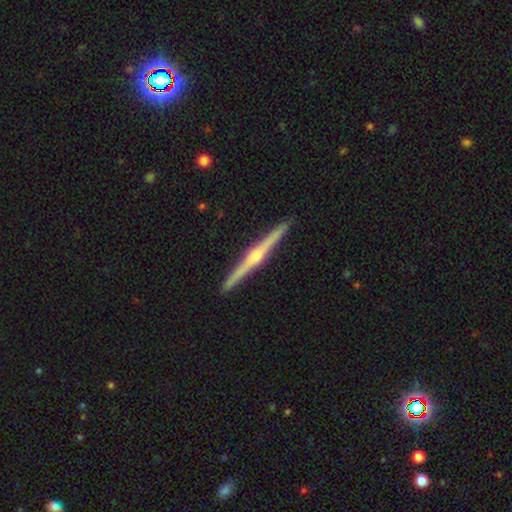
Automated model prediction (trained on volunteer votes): This is clearly a featured or disk galaxy (84%). It is clearly viewed edge-on (99%). Edge-on bulge: clearly rounded (85%). Merging: clearly none (93%).